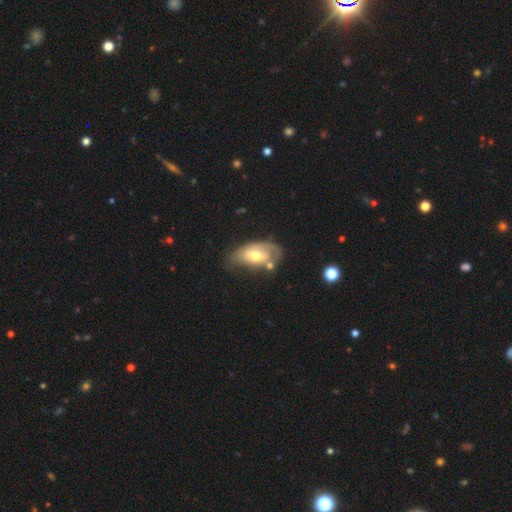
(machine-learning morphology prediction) type=featured or disk (49%); merging=none (38%).